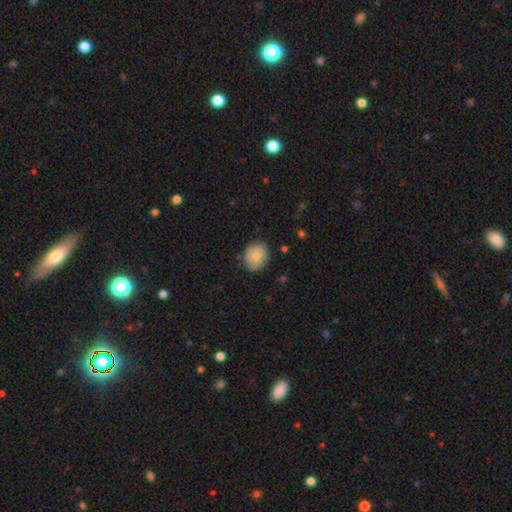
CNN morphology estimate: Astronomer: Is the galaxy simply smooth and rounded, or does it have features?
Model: smooth — 85%.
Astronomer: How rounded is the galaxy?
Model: round — 63%.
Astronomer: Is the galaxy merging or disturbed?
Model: none — 81%.